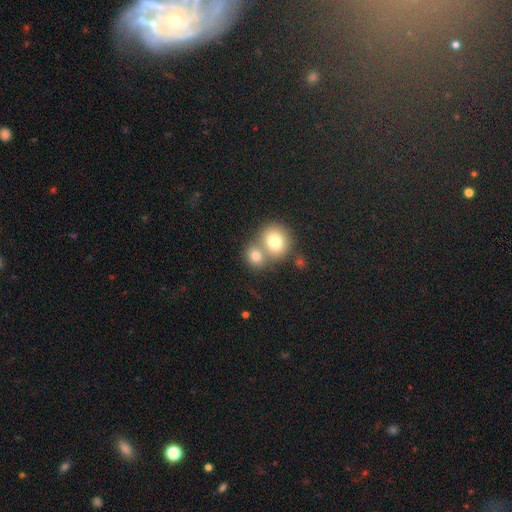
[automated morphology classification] Q: Smooth or featured?
A: smooth (78%); runner-up: featured or disk (12%)
Q: How rounded?
A: round (73%); runner-up: in between (26%)
Q: Merging?
A: merger (55%); runner-up: none (36%)